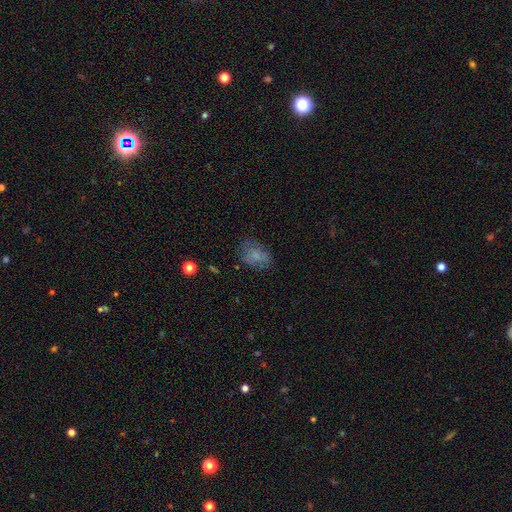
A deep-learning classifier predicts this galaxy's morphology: Smooth or featured: smooth — 70% (featured or disk — 18%)
How rounded: in between — 77% (round — 21%)
Merging: none — 61% (minor disturbance — 24%)